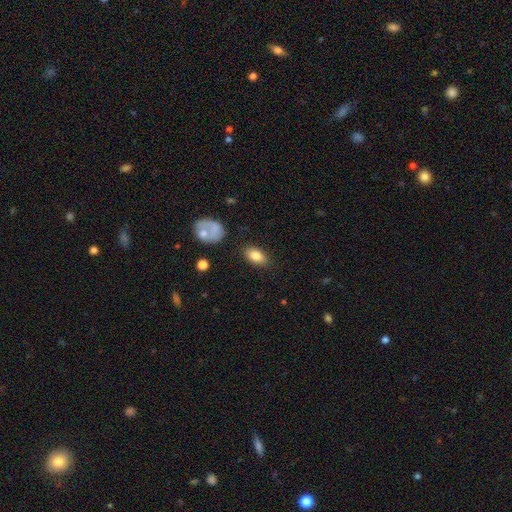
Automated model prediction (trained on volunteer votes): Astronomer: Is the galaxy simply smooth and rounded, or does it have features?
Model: smooth — 81%.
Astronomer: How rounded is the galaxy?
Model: in between — 89%.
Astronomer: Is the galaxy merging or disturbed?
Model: none — 84%.